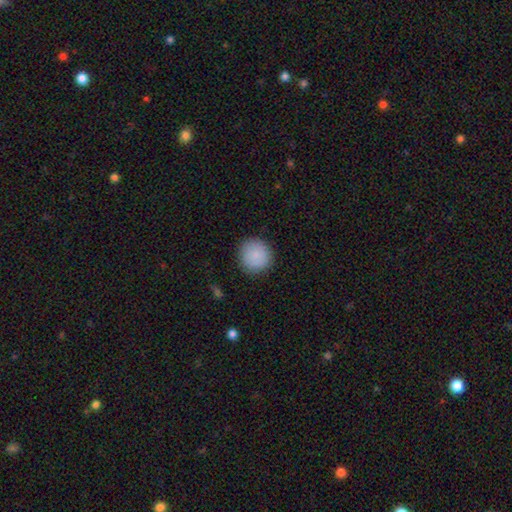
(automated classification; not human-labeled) smooth 86%, featured or disk 7%, star or artifact 7%. Down the decision tree: how rounded — round (93%); merging — none (89%).